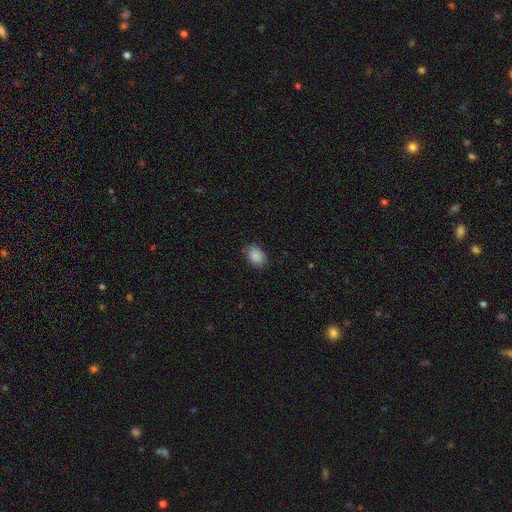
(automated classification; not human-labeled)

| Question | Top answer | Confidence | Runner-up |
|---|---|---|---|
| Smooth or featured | smooth | 89% | star or artifact (8%) |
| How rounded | in between | 76% | round (23%) |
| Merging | none | 82% | minor disturbance (14%) |